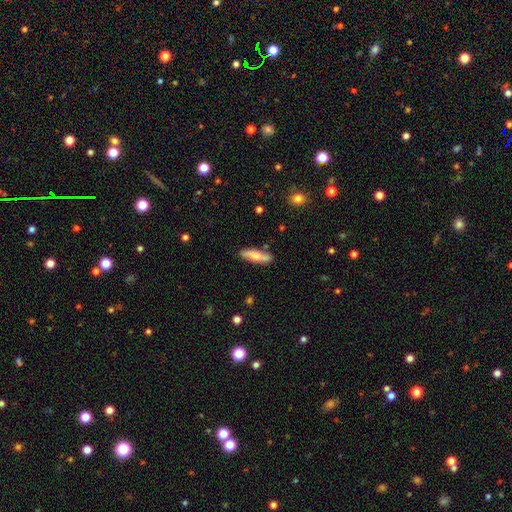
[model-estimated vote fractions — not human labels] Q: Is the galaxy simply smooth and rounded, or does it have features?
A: smooth — 65%.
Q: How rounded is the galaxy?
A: cigar-shaped — 65%.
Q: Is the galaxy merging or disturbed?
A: none — 76%.